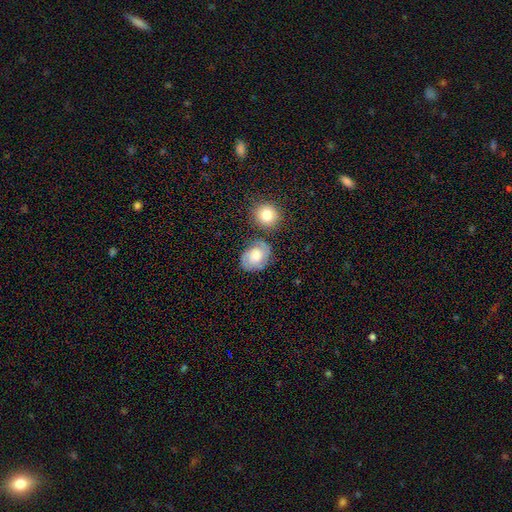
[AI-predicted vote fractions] A featured or disk galaxy (58%) with no bar (71%), spiral arms (87%) and a moderate central bulge (56%).

Vote fractions:
- Smooth or featured? featured or disk: 58% / smooth: 34% / star or artifact: 8%
- Edge-on disk? no: 97% / yes: 3%
- Bar? no: 71% / weak: 25% / strong: 4%
- Spiral arms? yes: 87% / no: 13%
- Bulge size? moderate: 56% / large: 21% / small: 17% / none: 5% / dominant: 3%
- Merging? none: 67% / minor disturbance: 17% / merger: 10% / major disturbance: 6%